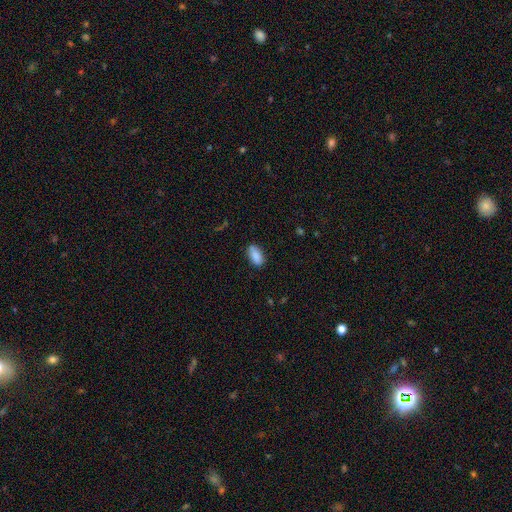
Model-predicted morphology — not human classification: Smooth or featured? smooth (87%)
How rounded? in between (90%)
Merging? none (81%)